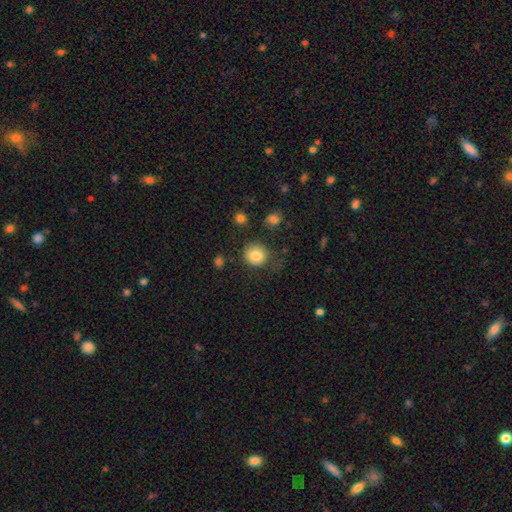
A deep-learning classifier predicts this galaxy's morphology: A smooth galaxy with no disk features (84%) that is round (87%).

Vote fractions:
- Smooth or featured? smooth: 84% / star or artifact: 9% / featured or disk: 7%
- How rounded? round: 87% / in between: 12% / cigar-shaped: 1%
- Merging? none: 70% / minor disturbance: 18% / major disturbance: 9% / merger: 3%